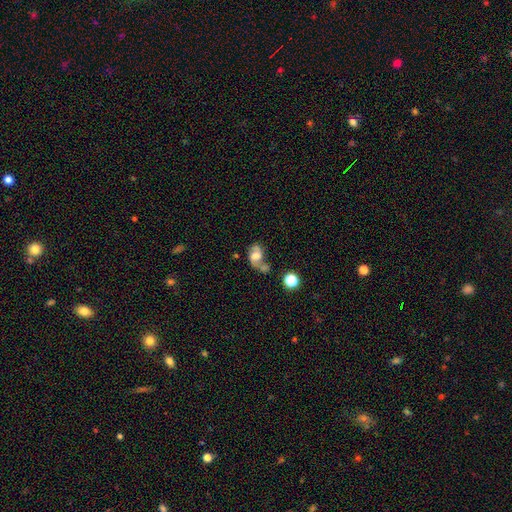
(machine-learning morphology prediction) Overall: featured or disk (63%; smooth 27%). Edge-on disk: no (97%). Bar: no (55%; weak 35%). Spiral arms: yes (85%). Spiral arm count: 2 (83%). Spiral winding: loose (54%; medium 35%). Bulge size: moderate (39%; large 33%). Merging: none (36%; merger 30%).